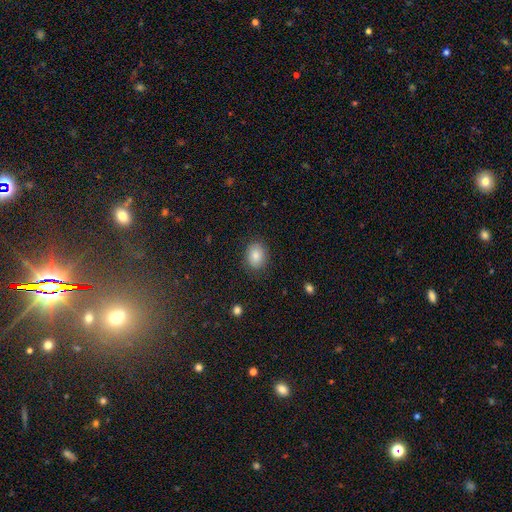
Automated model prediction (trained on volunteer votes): smooth 84%, star or artifact 9%, featured or disk 8%. Down the decision tree: how rounded — in between (52%); merging — none (85%).